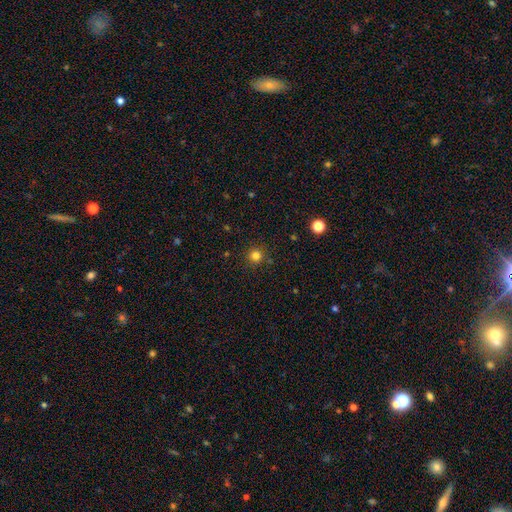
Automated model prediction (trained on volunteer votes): smooth-or-featured: smooth: 80% | star or artifact: 15% | featured or disk: 5%
  how-rounded: round: 95% | in between: 4% | cigar-shaped: 1%
  merging: none: 90% | minor disturbance: 6% | major disturbance: 2% | merger: 2%